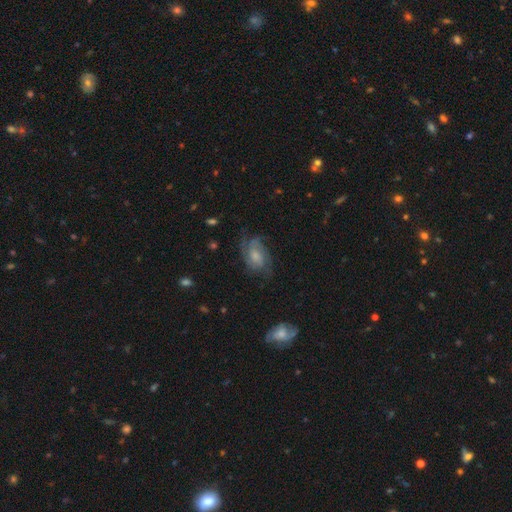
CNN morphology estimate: featured or disk 59%, smooth 33%, star or artifact 9%. Down the decision tree: edge-on disk — no (96%); bar — no (66%); spiral arms — yes (86%); bulge size — moderate (41%); merging — none (58%).